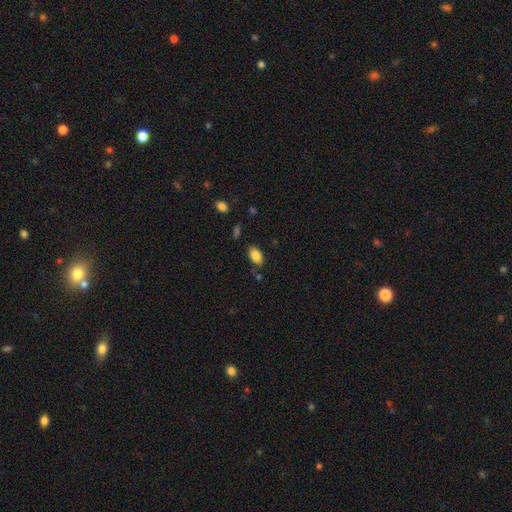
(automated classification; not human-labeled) Overall: smooth (85%). How rounded: in between (93%). Merging: none (80%).